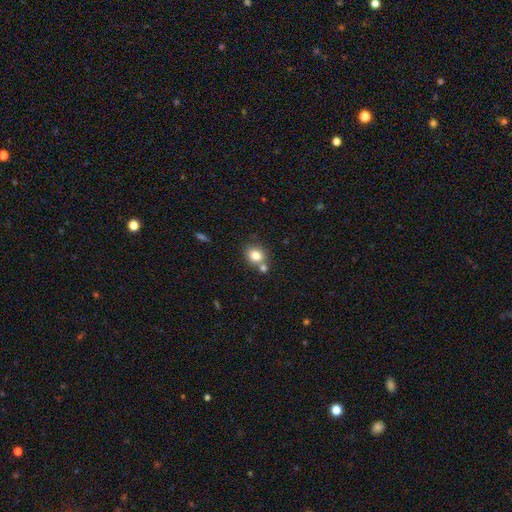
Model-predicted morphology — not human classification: smooth-or-featured: smooth: 80% | star or artifact: 11% | featured or disk: 9%
  how-rounded: round: 69% | in between: 30% | cigar-shaped: 1%
  merging: none: 61% | merger: 26% | minor disturbance: 10% | major disturbance: 3%